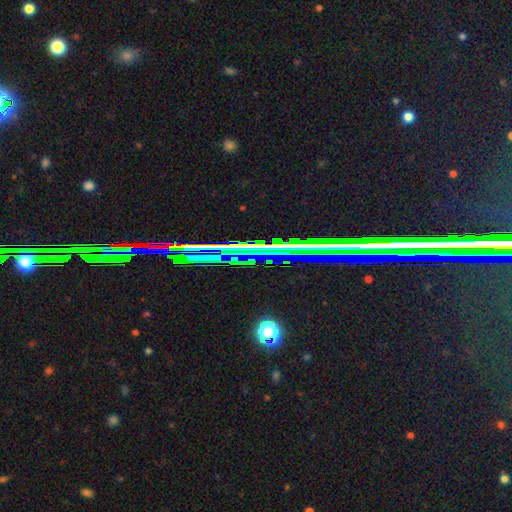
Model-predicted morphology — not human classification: Smooth or featured: star or artifact — 76% (featured or disk — 15%)